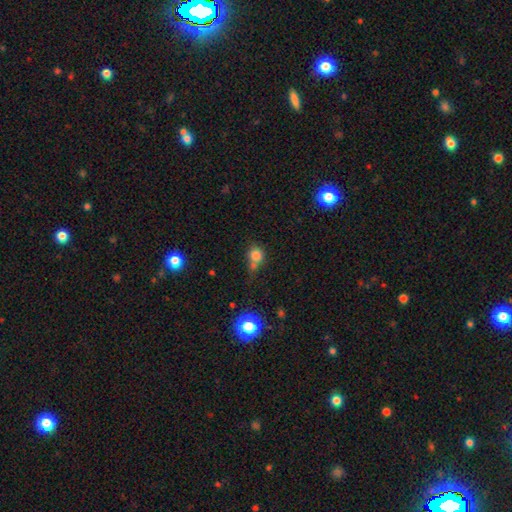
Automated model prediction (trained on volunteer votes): Smooth or featured: smooth — 78% (star or artifact — 14%)
How rounded: round — 82% (in between — 17%)
Merging: none — 45% (merger — 32%)